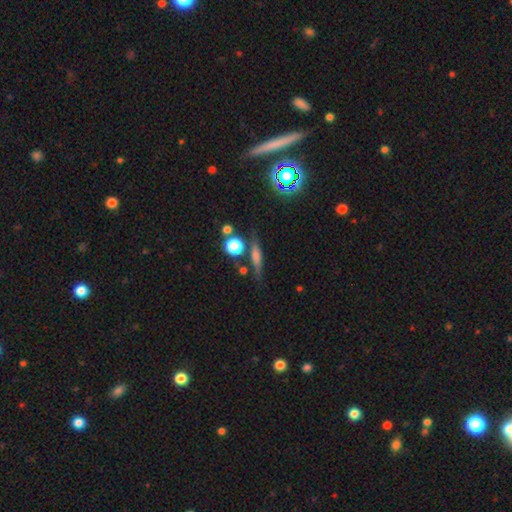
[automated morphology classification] featured or disk 42%, smooth 40%, star or artifact 18%. Down the decision tree: merging — none (77%).